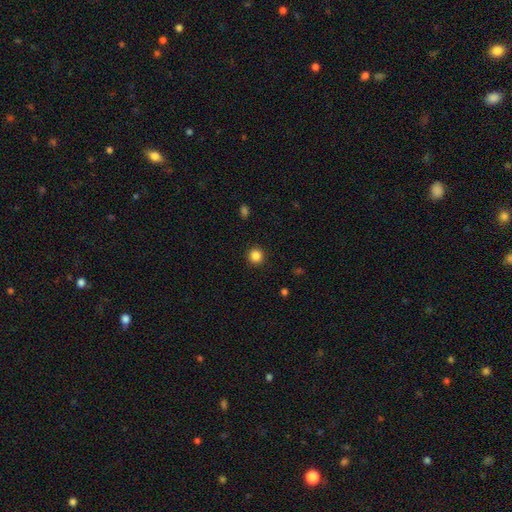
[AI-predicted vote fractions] Smooth or featured: smooth — 85% (star or artifact — 11%)
How rounded: round — 94% (in between — 5%)
Merging: none — 92% (minor disturbance — 5%)